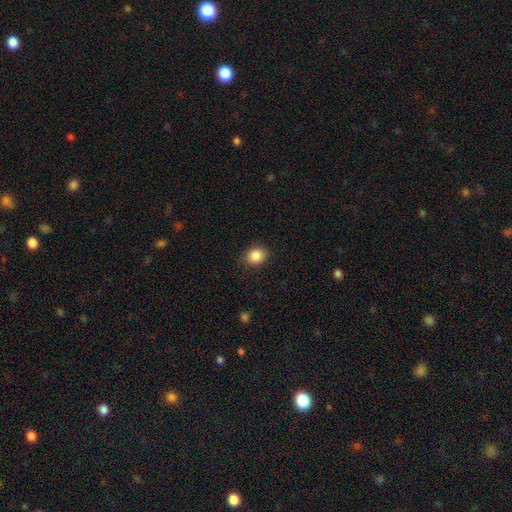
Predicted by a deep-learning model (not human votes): Smooth or featured? smooth (87%)
How rounded? round (61%)
Merging? none (86%)